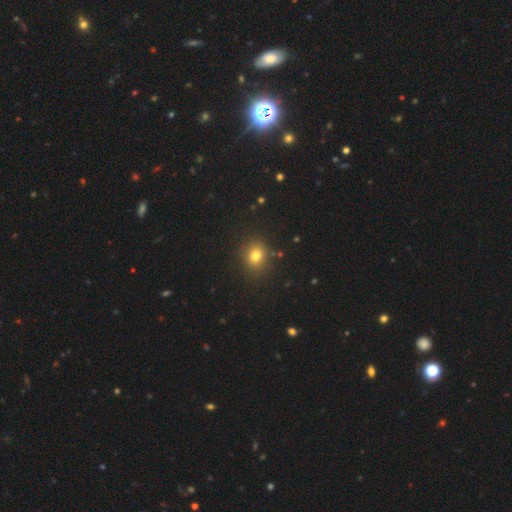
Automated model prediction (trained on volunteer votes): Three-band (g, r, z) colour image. It shows a smooth galaxy with no disk features (77%) that is round (66%). Merging: none (86%).